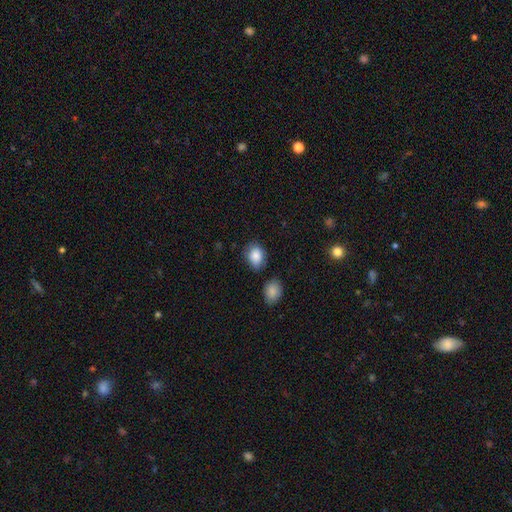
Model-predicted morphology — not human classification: type=smooth (87%); roundness=in between (60%); merging=none (71%).